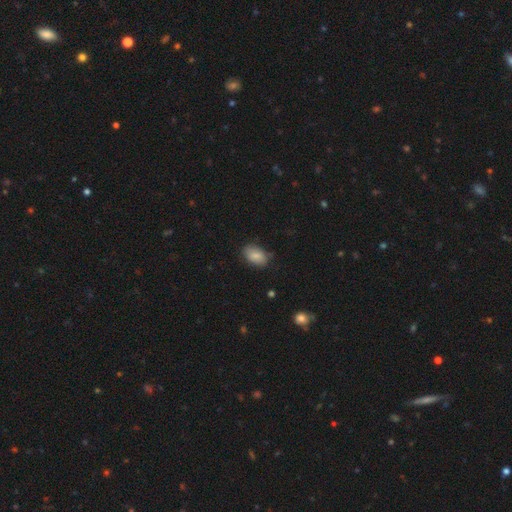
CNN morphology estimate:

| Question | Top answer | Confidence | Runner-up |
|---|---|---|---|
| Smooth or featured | smooth | 84% | featured or disk (9%) |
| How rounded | in between | 89% | round (10%) |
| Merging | none | 72% | minor disturbance (22%) |